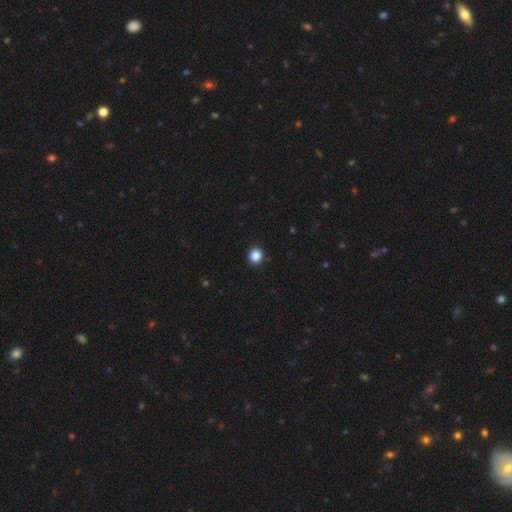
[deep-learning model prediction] Smooth or featured?
  - smooth: 86% *
  - star or artifact: 11%
  - featured or disk: 3%
How rounded?
  - round: 90% *
  - in between: 9%
  - cigar-shaped: 1%
Merging?
  - none: 91% *
  - minor disturbance: 6%
  - major disturbance: 2%
  - merger: 1%